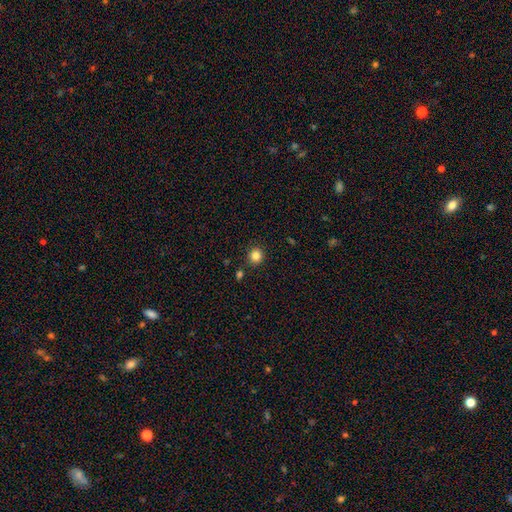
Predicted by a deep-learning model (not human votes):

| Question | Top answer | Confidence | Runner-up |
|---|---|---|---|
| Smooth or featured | smooth | 84% | star or artifact (12%) |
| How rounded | round | 89% | in between (10%) |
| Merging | none | 88% | minor disturbance (7%) |